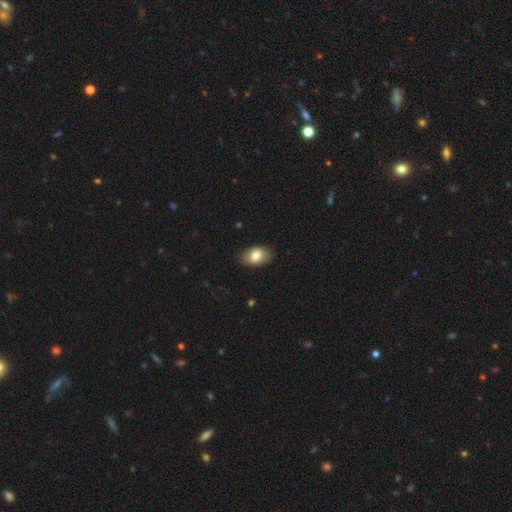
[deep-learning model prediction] Overall: smooth (80%). How rounded: in between (90%). Merging: none (85%).